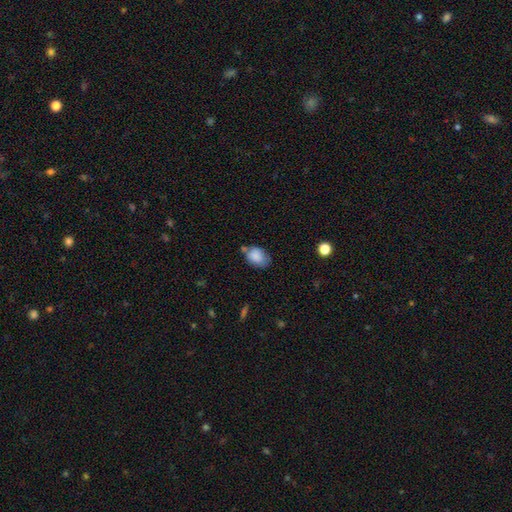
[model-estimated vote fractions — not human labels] Morphology: type=smooth (84%); roundness=in between (75%); merging=none (49%).